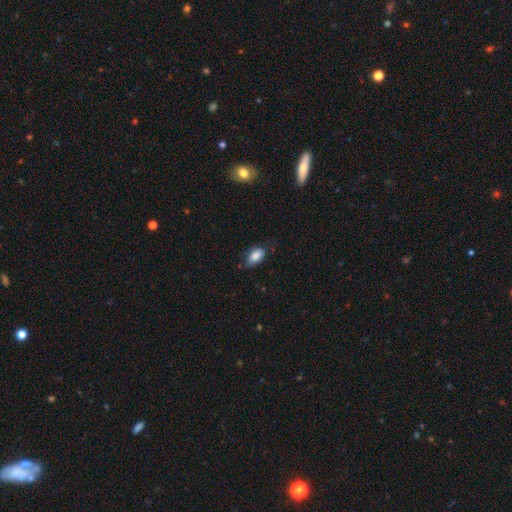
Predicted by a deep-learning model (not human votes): The model was most divided on "merging": none: 60%, minor disturbance: 30%, major disturbance: 8%, merger: 2%. More confident: how rounded — in between (91%); smooth or featured — smooth (84%).